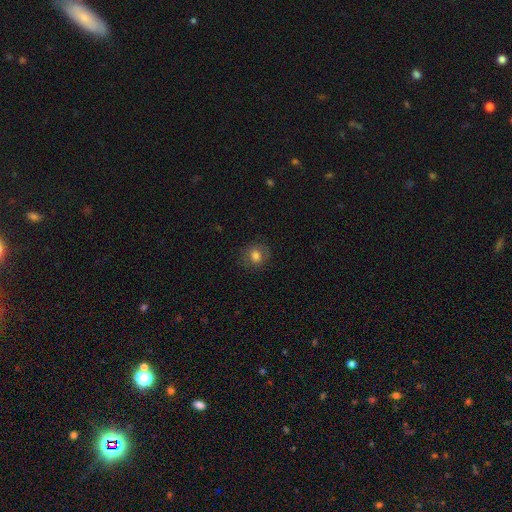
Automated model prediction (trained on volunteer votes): This appears to be a smooth galaxy with no disk features (77%) that is round (76%). Merging: none (83%).